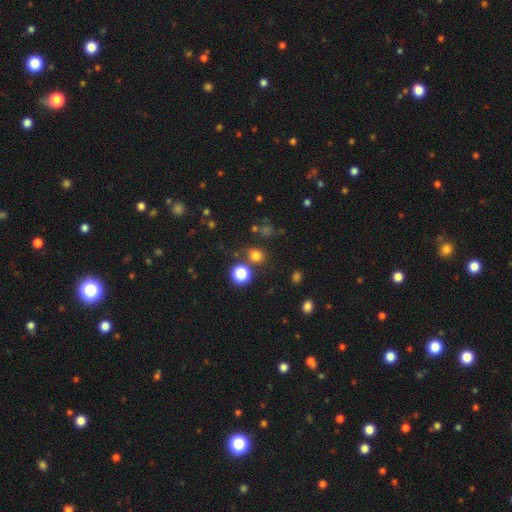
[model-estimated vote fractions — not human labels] A smooth galaxy with no disk features (73%) that is round (78%).

Vote fractions:
- Smooth or featured? smooth: 73% / star or artifact: 21% / featured or disk: 6%
- How rounded? round: 78% / in between: 21% / cigar-shaped: 1%
- Merging? none: 75% / merger: 12% / minor disturbance: 9% / major disturbance: 4%